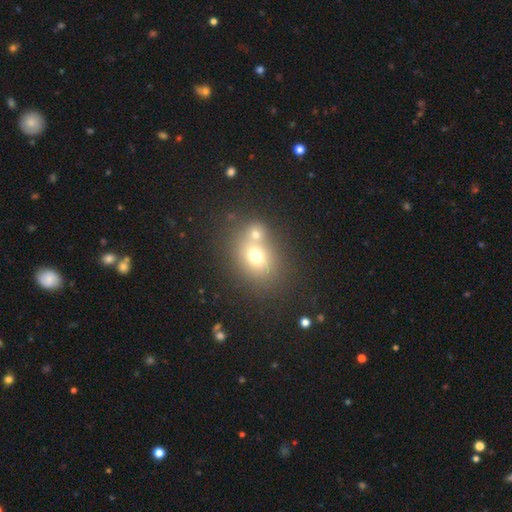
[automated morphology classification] smooth 69%, featured or disk 17%, star or artifact 15%. Down the decision tree: how rounded — in between (50%); merging — none (45%).